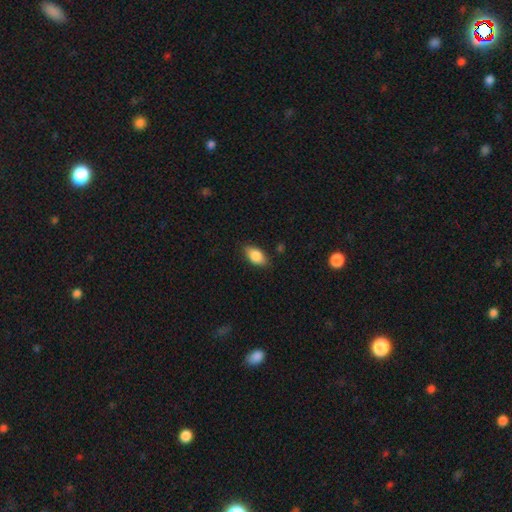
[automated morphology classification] A smooth galaxy with no disk features (81%) that is in between round and cigar-shaped (89%).

Vote fractions:
- Smooth or featured? smooth: 81% / featured or disk: 11% / star or artifact: 7%
- How rounded? in between: 89% / round: 6% / cigar-shaped: 5%
- Merging? none: 80% / minor disturbance: 15% / major disturbance: 3% / merger: 1%